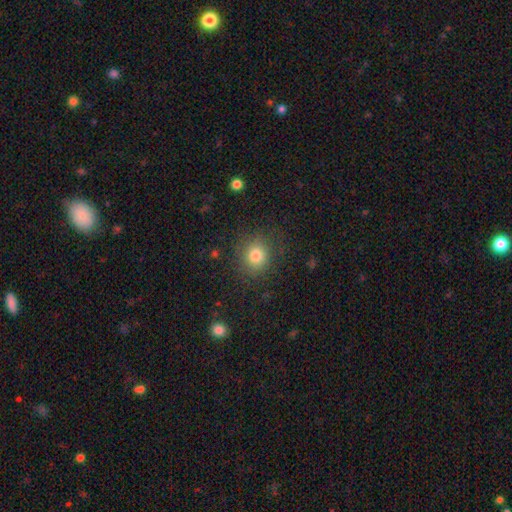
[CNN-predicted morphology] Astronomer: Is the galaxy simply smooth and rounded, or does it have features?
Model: smooth — 79%.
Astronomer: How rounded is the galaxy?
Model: round — 83%.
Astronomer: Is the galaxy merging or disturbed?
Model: none — 83%.